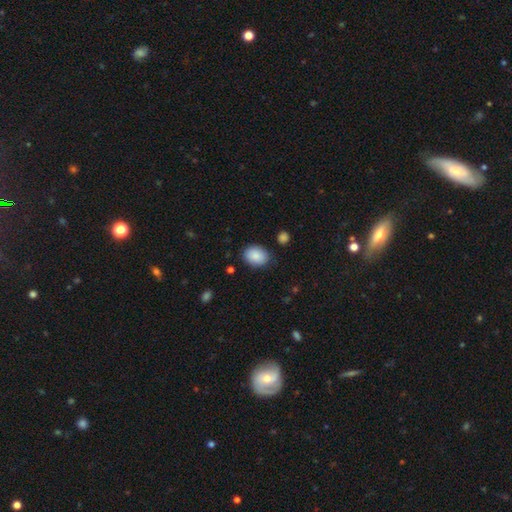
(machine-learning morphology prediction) Smooth or featured?
  - smooth: 88% *
  - star or artifact: 7%
  - featured or disk: 5%
How rounded?
  - in between: 68% *
  - round: 31%
  - cigar-shaped: 1%
Merging?
  - none: 82% *
  - minor disturbance: 13%
  - major disturbance: 3%
  - merger: 2%